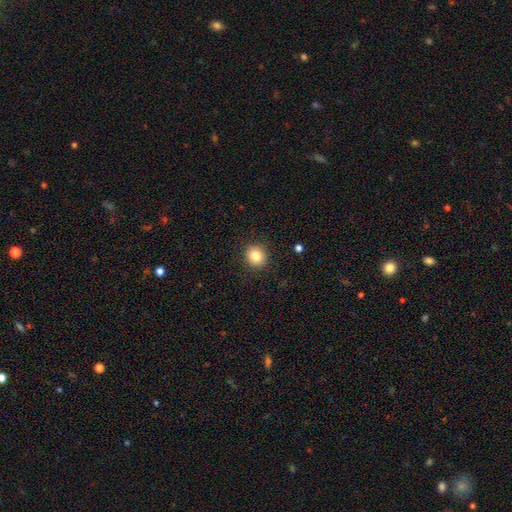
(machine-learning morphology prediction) Smooth or featured: smooth — 83% (star or artifact — 10%)
How rounded: round — 85% (in between — 14%)
Merging: none — 91% (minor disturbance — 6%)